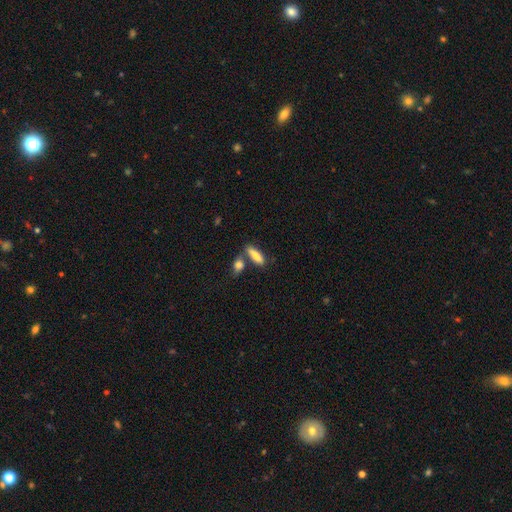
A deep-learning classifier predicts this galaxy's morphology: A smooth galaxy with no disk features (76%) that is in between round and cigar-shaped (53%). Merging: none (60%).